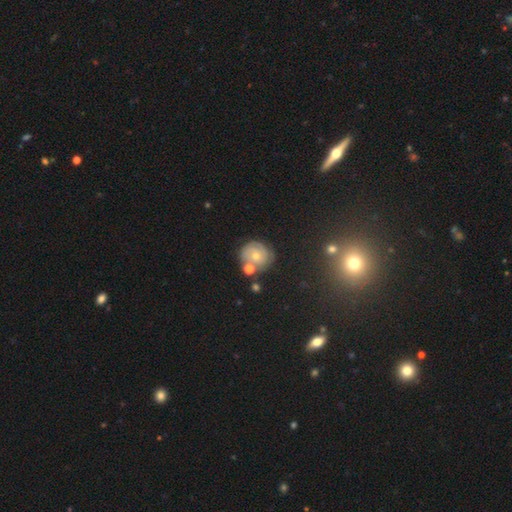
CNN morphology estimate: type=featured or disk (47%); merging=none (64%).